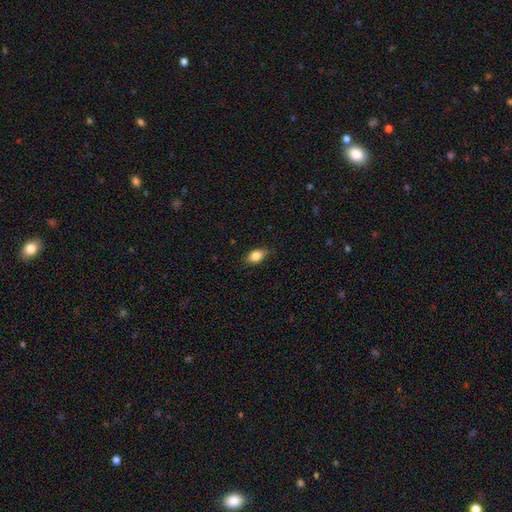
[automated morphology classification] Q: Smooth or featured?
A: smooth (83%); runner-up: featured or disk (9%)
Q: How rounded?
A: in between (84%); runner-up: round (13%)
Q: Merging?
A: none (82%); runner-up: minor disturbance (15%)